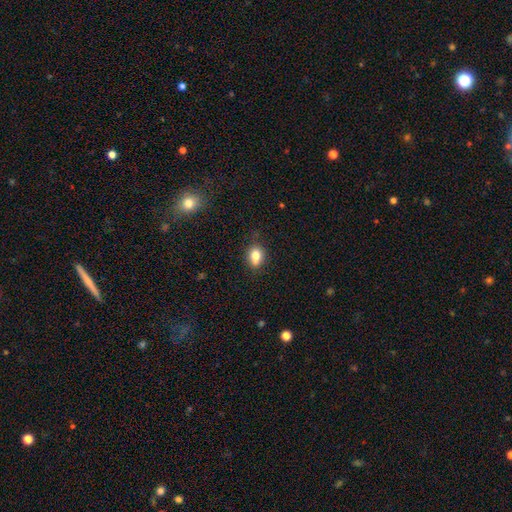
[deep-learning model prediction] A smooth galaxy with no disk features (79%) that is in between round and cigar-shaped (66%). Merging: none (68%).